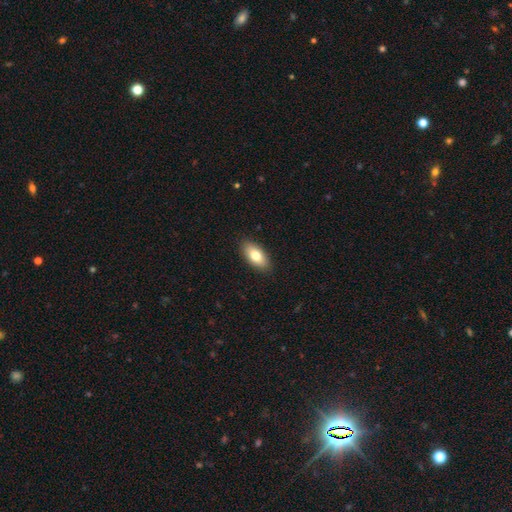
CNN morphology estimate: This appears to be a smooth galaxy with no disk features (78%) that is in between round and cigar-shaped (90%). Merging: none (89%).